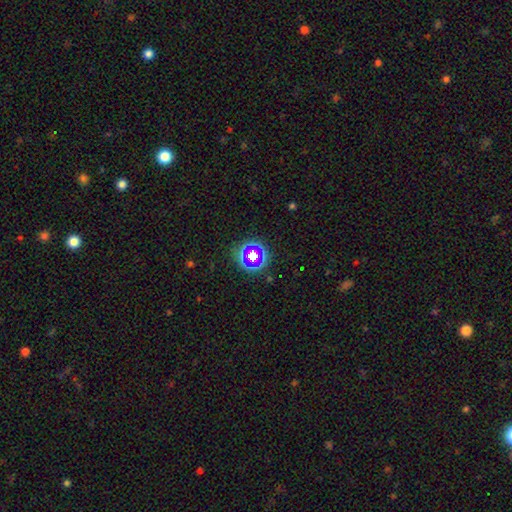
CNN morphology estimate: smooth-or-featured: star or artifact: 48% | smooth: 35% | featured or disk: 17%